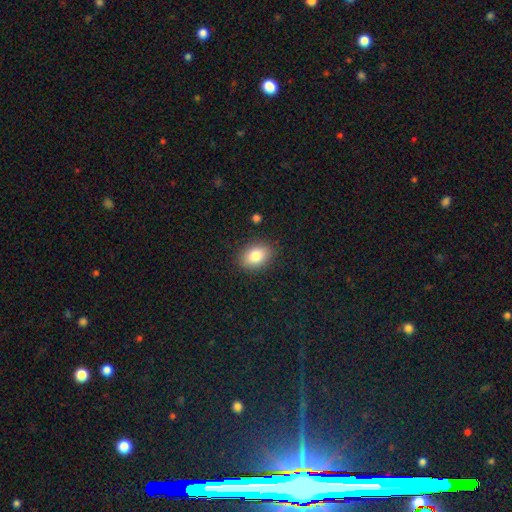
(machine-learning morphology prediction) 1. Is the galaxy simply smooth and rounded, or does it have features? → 83% smooth, 9% featured or disk, 8% star or artifact.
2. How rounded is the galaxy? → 78% in between, 21% round, 1% cigar-shaped.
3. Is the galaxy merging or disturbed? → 86% none, 10% minor disturbance, 3% major disturbance, 1% merger.